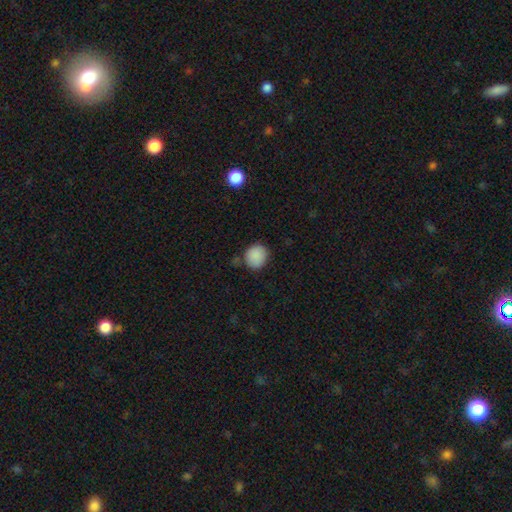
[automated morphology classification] Q: Smooth or featured?
A: smooth (88%); runner-up: star or artifact (8%)
Q: How rounded?
A: round (79%); runner-up: in between (20%)
Q: Merging?
A: none (74%); runner-up: minor disturbance (18%)